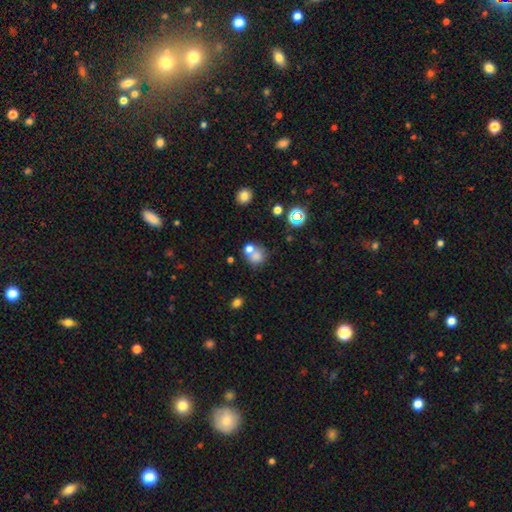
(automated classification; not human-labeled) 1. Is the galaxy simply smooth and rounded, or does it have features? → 71% smooth, 16% star or artifact, 13% featured or disk.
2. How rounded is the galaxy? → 77% round, 22% in between, 1% cigar-shaped.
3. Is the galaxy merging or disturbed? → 43% none, 42% merger, 10% minor disturbance, 5% major disturbance.